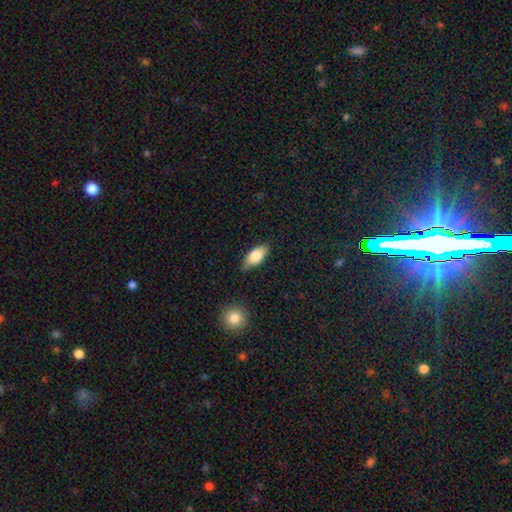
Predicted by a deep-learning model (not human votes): The model was most divided on "smooth or featured": smooth: 78%, featured or disk: 16%, star or artifact: 7%. More confident: how rounded — in between (86%); merging — none (82%).